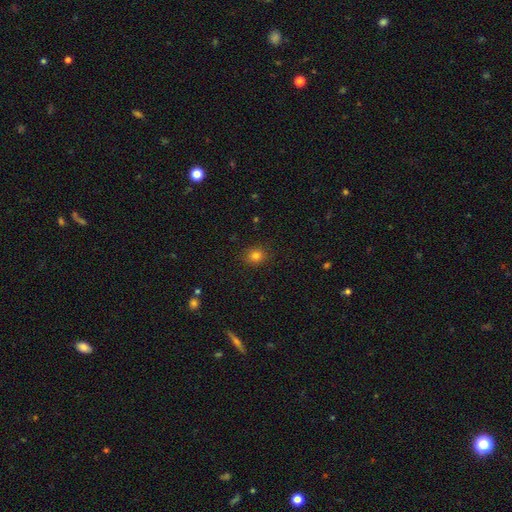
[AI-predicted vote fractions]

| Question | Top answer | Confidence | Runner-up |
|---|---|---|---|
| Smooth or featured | smooth | 81% | star or artifact (14%) |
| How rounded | round | 74% | in between (25%) |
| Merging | none | 88% | minor disturbance (8%) |